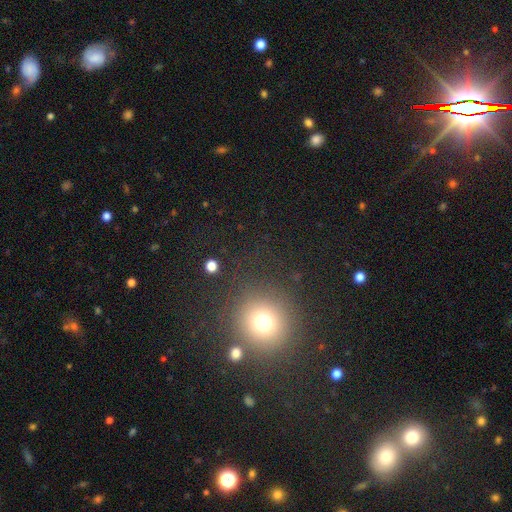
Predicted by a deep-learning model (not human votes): A smooth galaxy with no disk features (57%) that is round (91%). Merging: none (86%).